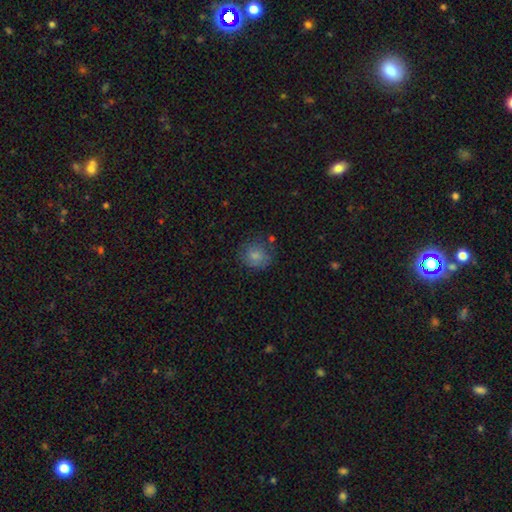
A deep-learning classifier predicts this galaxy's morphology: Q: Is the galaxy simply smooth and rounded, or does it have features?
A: smooth — 79%.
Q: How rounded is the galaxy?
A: round — 80%.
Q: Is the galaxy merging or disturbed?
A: none — 71%.